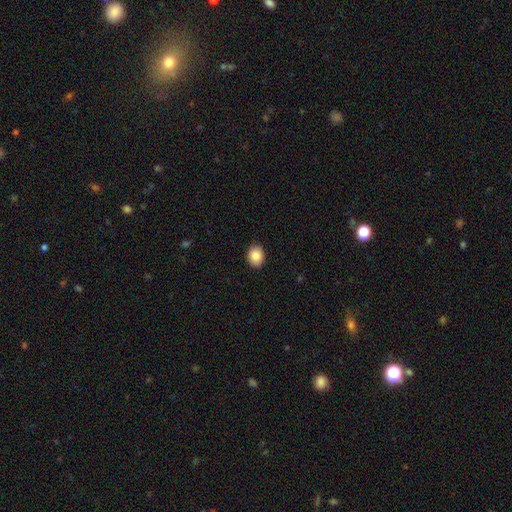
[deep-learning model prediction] Smooth or featured? smooth (87%)
How rounded? in between (60%)
Merging? none (89%)